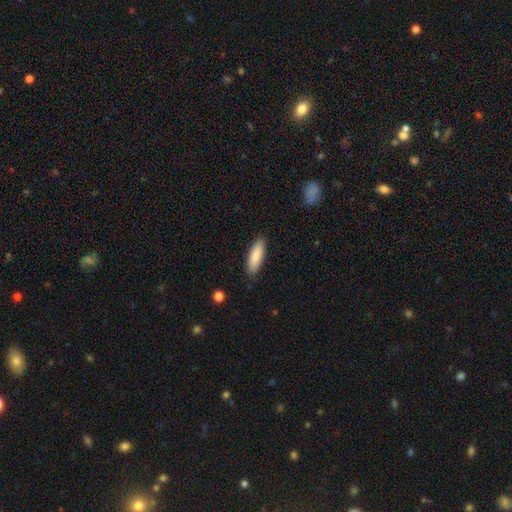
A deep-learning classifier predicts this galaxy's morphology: Smooth or featured?
  - smooth: 84% *
  - featured or disk: 10%
  - star or artifact: 6%
How rounded?
  - in between: 54% *
  - cigar-shaped: 45%
  - round: 1%
Merging?
  - none: 86% *
  - minor disturbance: 11%
  - major disturbance: 2%
  - merger: 1%